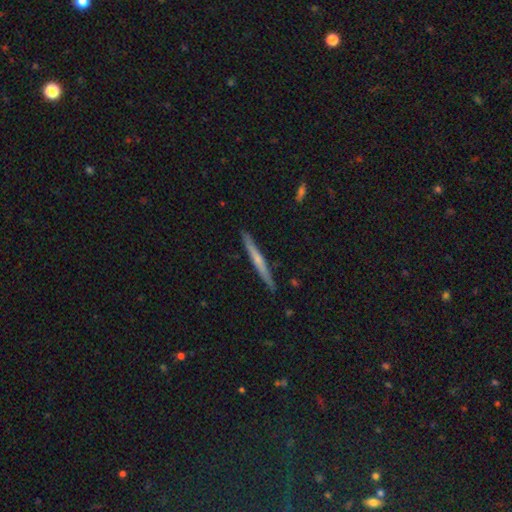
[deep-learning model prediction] Morphology: type=featured or disk (59%); edge-on=yes (98%); edge-on bulge=none (50%); merging=none (91%).